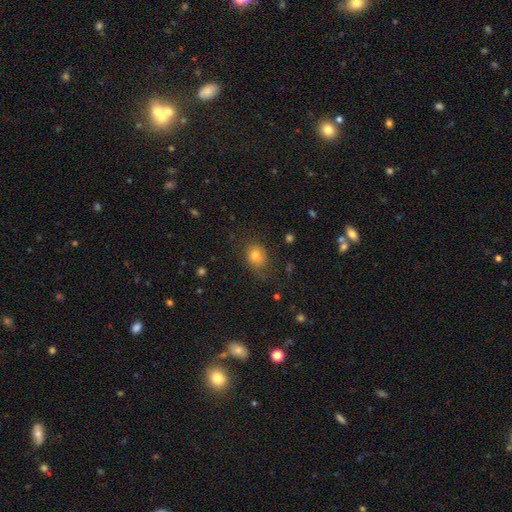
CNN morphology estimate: Smooth or featured? smooth (75%)
How rounded? round (63%)
Merging? none (66%)